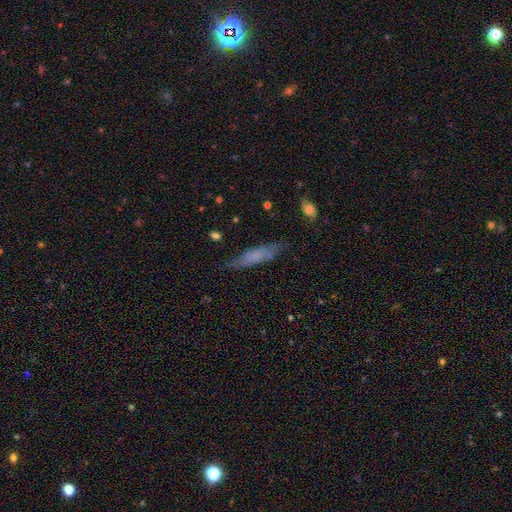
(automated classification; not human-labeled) Smooth or featured?
  - smooth: 58% *
  - featured or disk: 33%
  - star or artifact: 9%
How rounded?
  - cigar-shaped: 78% *
  - in between: 20%
  - round: 2%
Merging?
  - none: 74% *
  - minor disturbance: 19%
  - major disturbance: 5%
  - merger: 2%